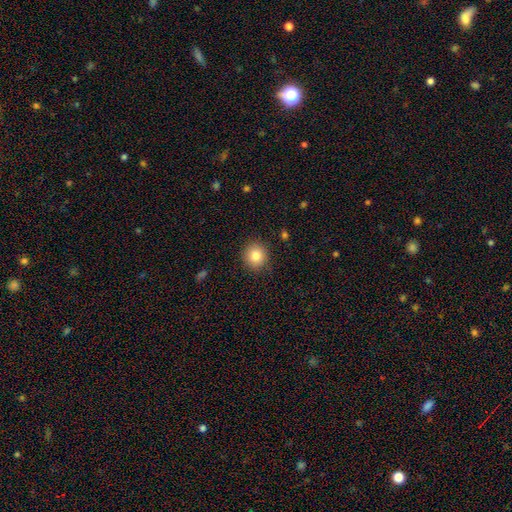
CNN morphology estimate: smooth_or_featured: smooth (p=0.82) [alt: star or artifact p=0.10]
how_rounded: round (p=0.86) [alt: in between p=0.13]
merging: none (p=0.89) [alt: minor disturbance p=0.08]